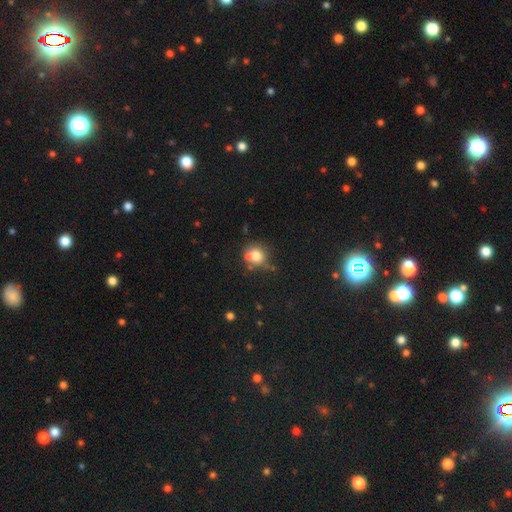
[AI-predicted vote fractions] smooth 74%, featured or disk 14%, star or artifact 12%. Down the decision tree: how rounded — round (84%); merging — none (54%).